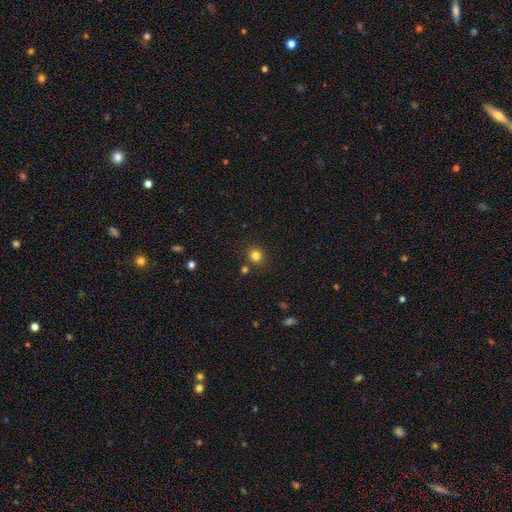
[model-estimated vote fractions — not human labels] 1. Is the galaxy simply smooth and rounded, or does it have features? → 81% smooth, 14% star or artifact, 5% featured or disk.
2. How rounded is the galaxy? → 86% round, 13% in between, 1% cigar-shaped.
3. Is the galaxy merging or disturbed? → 85% none, 7% minor disturbance, 5% merger, 2% major disturbance.